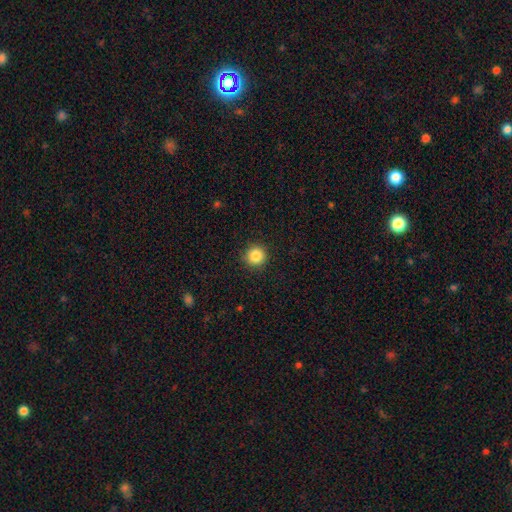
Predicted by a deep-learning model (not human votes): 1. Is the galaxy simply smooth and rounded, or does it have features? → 86% smooth, 10% star or artifact, 4% featured or disk.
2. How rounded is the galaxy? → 95% round, 4% in between, 1% cigar-shaped.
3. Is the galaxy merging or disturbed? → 92% none, 6% minor disturbance, 2% major disturbance, 1% merger.